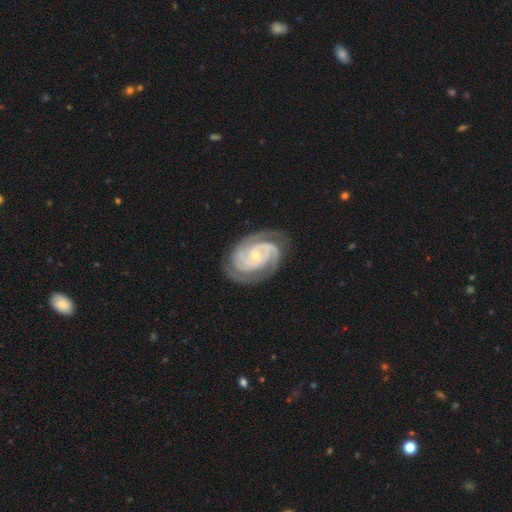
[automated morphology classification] smooth_or_featured: featured or disk (p=0.92) [alt: star or artifact p=0.04]
disk_edge_on: no (p=0.98) [alt: yes p=0.02]
bar: no (p=0.68) [alt: weak p=0.24]
has_spiral_arms: yes (p=0.98) [alt: no p=0.02]
spiral_winding: tight (p=0.71) [alt: medium p=0.25]
spiral_arm_count: 2 (p=0.44) [alt: 3 p=0.33]
bulge_size: small (p=0.72) [alt: moderate p=0.25]
merging: none (p=0.78) [alt: minor disturbance p=0.16]